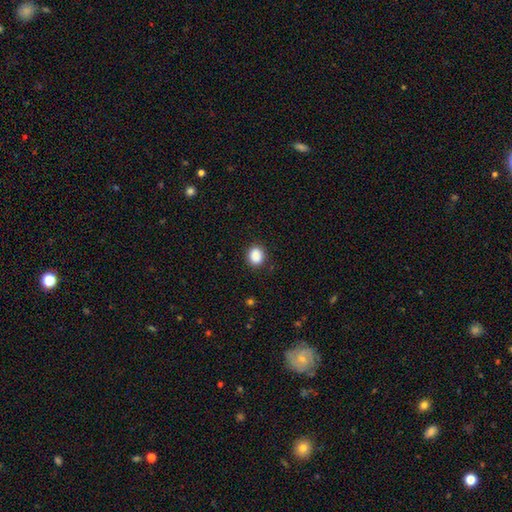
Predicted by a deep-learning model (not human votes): This is clearly a smooth galaxy (88%). How rounded: likely round (69%). Merging: clearly none (88%).